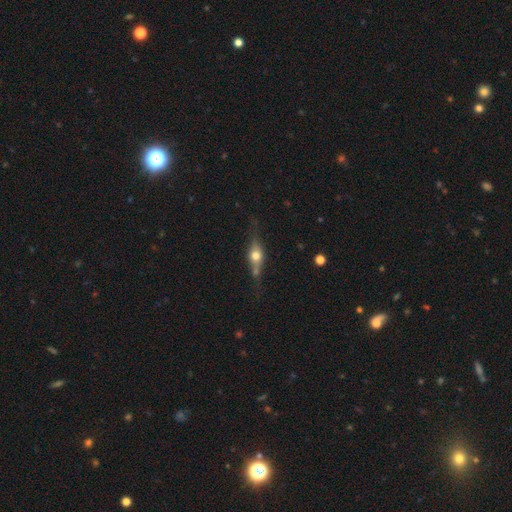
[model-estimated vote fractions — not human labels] Overall: featured or disk (60%; smooth 32%). Edge-on disk: yes (88%). Edge-on bulge: rounded (94%). Merging: none (68%).